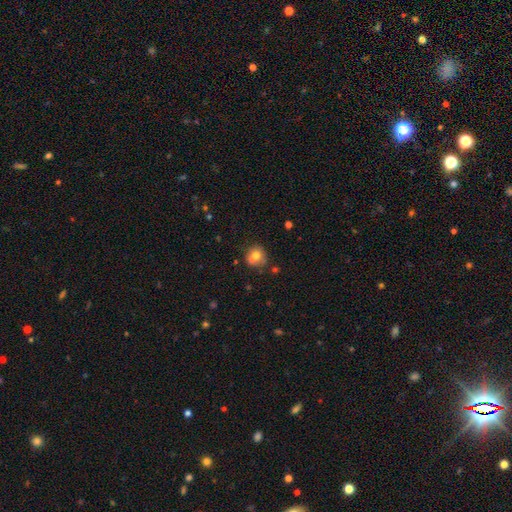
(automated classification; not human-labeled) Smooth or featured? Predicted: smooth (p=0.73). How rounded? Predicted: round (p=0.86). Merging? Predicted: none (p=0.68).